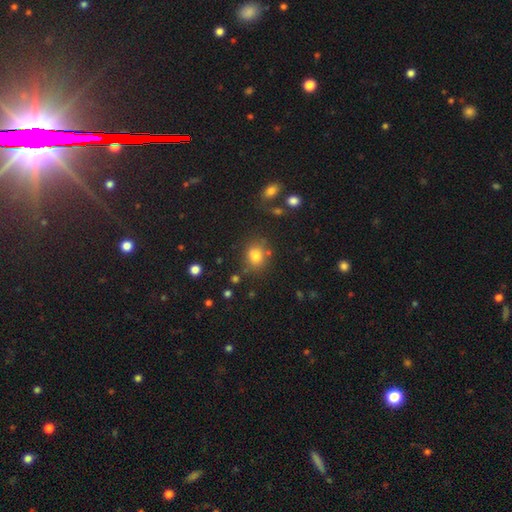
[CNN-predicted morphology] Overall: smooth (80%). How rounded: round (65%; in between 34%). Merging: none (74%).